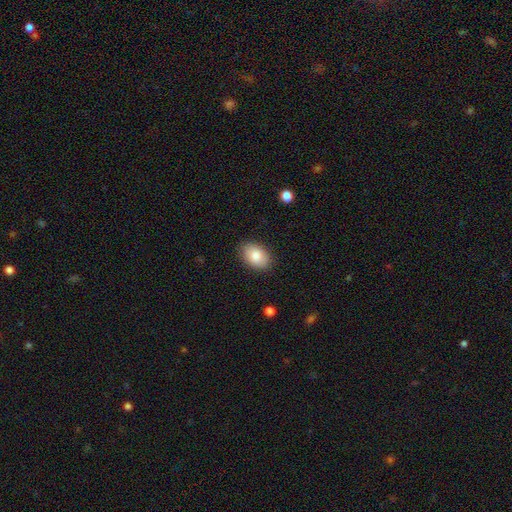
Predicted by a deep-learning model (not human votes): The model was most divided on "how rounded": in between: 87%, round: 12%, cigar-shaped: 1%. More confident: merging — none (86%); smooth or featured — smooth (84%).